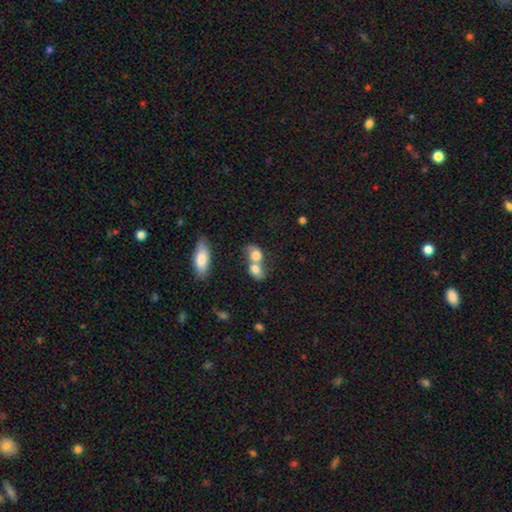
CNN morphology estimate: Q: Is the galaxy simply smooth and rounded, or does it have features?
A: smooth — 76%.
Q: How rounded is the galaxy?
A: in between — 52%.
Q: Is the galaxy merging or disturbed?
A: merger — 71%.